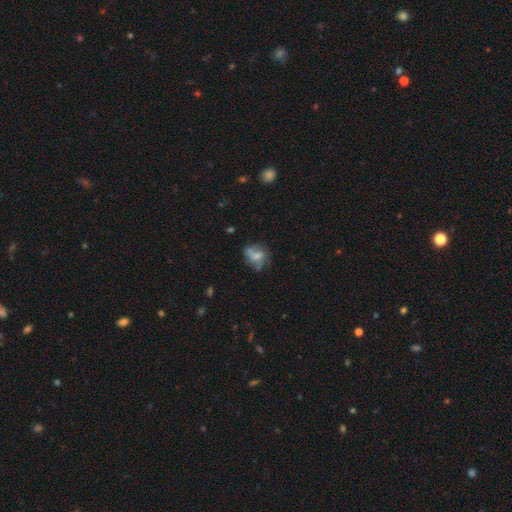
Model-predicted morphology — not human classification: A smooth galaxy with no disk features (44%, tied with featured or disk). Merging: none (46%).